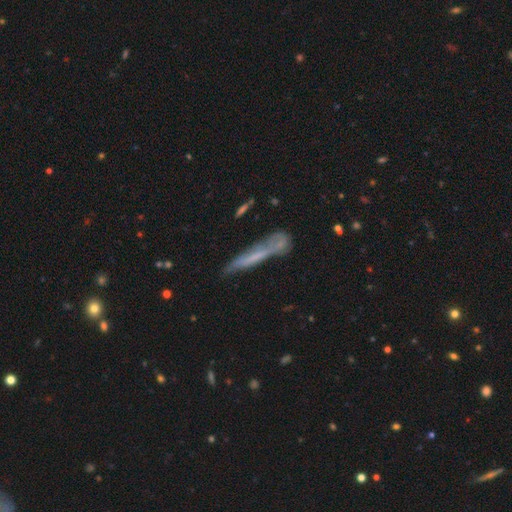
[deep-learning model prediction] A smooth galaxy with no disk features (49%). Merging: none (54%).